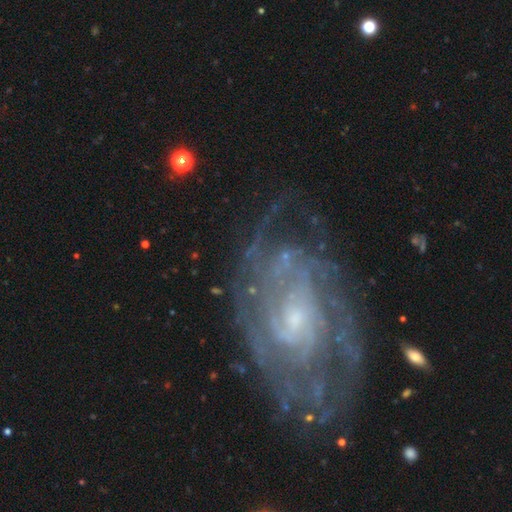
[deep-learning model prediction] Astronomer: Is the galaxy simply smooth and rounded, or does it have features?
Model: featured or disk — 87%.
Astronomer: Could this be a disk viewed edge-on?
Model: no — 96%.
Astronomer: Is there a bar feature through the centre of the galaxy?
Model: no — 61%.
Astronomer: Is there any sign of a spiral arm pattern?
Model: yes — 95%.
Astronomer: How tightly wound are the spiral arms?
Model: tight — 64%.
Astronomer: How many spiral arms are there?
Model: can't tell — 36% (runner-up: 2, 19%).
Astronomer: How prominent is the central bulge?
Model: small — 66%.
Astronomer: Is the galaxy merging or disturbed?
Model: none — 71%.